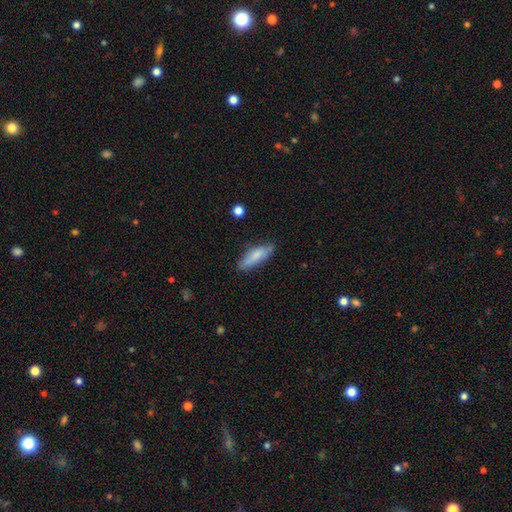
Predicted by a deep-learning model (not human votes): This is likely a smooth galaxy (74%). How rounded: possibly cigar-shaped (54%). Merging: likely none (74%).